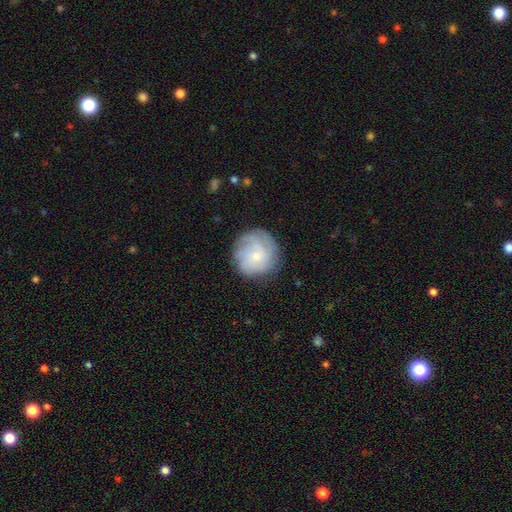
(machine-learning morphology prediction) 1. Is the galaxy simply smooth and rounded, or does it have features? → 50% smooth, 41% featured or disk, 8% star or artifact.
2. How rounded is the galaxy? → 92% round, 7% in between, 1% cigar-shaped.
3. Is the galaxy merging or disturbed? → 77% none, 16% minor disturbance, 6% major disturbance, 1% merger.